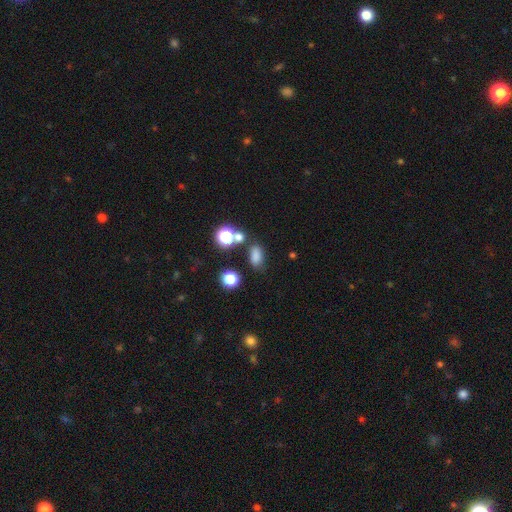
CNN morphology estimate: Overall: smooth (76%). How rounded: in between (77%). Merging: none (70%).